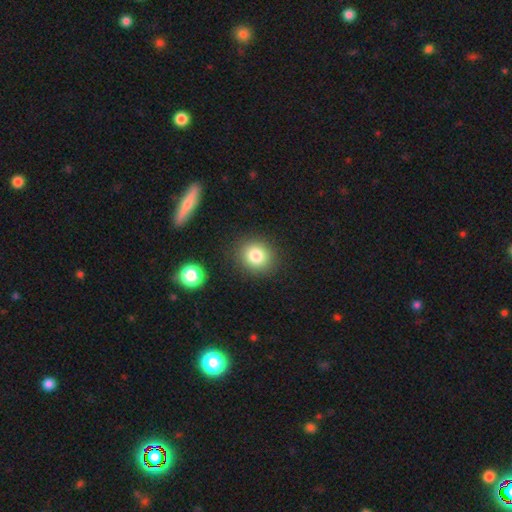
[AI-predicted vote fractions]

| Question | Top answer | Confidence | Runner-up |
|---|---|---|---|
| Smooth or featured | smooth | 82% | star or artifact (11%) |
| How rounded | round | 77% | in between (22%) |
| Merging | none | 87% | minor disturbance (8%) |